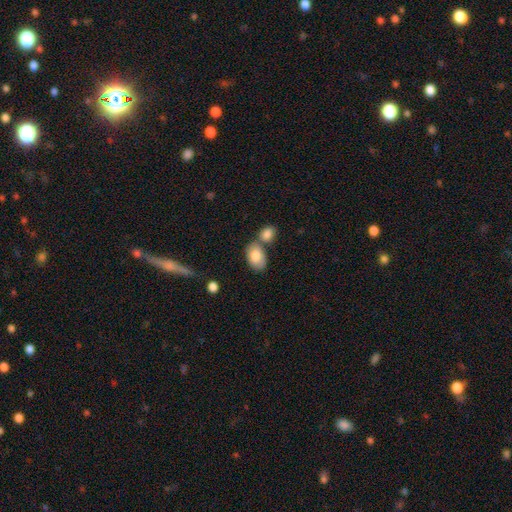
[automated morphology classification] This is clearly a smooth galaxy (81%). How rounded: clearly in between (89%). Merging: possibly none (45%).